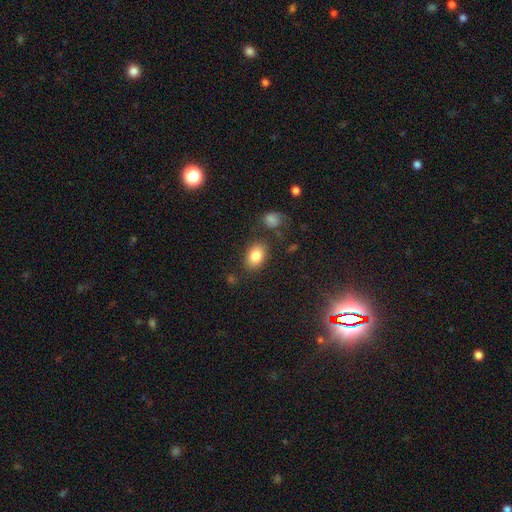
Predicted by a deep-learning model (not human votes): Smooth or featured: smooth — 83% (star or artifact — 8%)
How rounded: in between — 76% (round — 23%)
Merging: none — 79% (minor disturbance — 12%)